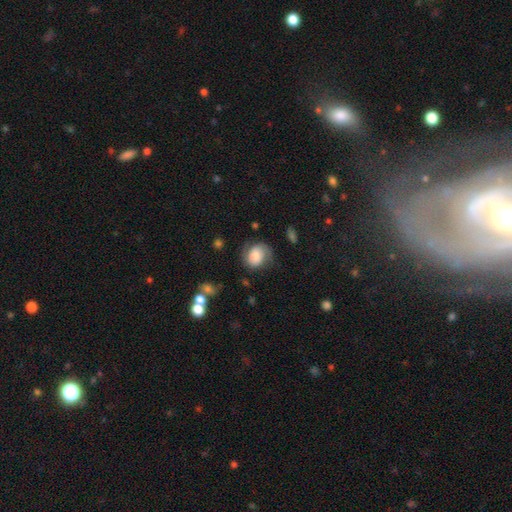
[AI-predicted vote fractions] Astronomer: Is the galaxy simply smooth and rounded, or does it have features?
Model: smooth — 49% (runner-up: featured or disk, 42%).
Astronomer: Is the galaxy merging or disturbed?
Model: none — 59%.